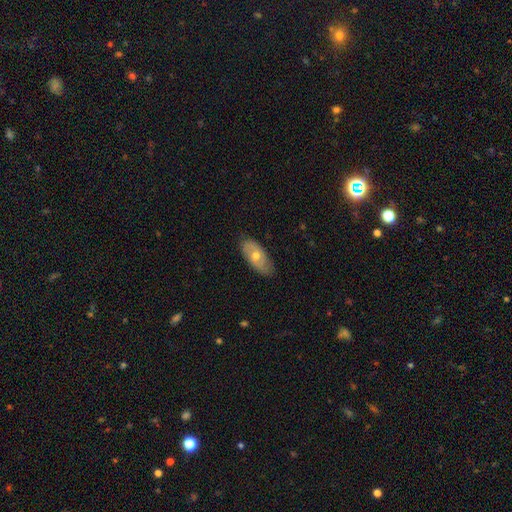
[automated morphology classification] Q: Smooth or featured?
A: featured or disk (47%); tied with: smooth (47%)
Q: Merging?
A: none (80%); runner-up: minor disturbance (16%)